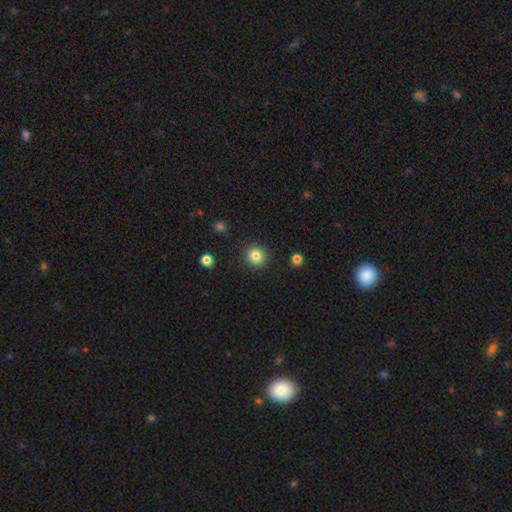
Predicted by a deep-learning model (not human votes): smooth_or_featured: smooth (p=0.83) [alt: star or artifact p=0.11]
how_rounded: round (p=0.93) [alt: in between p=0.06]
merging: none (p=0.91) [alt: minor disturbance p=0.06]